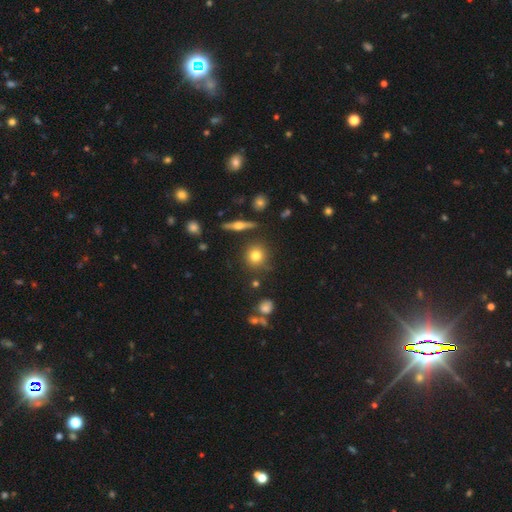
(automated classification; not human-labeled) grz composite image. It shows a smooth galaxy with no disk features (75%) that is round (89%). Merging: none (82%).